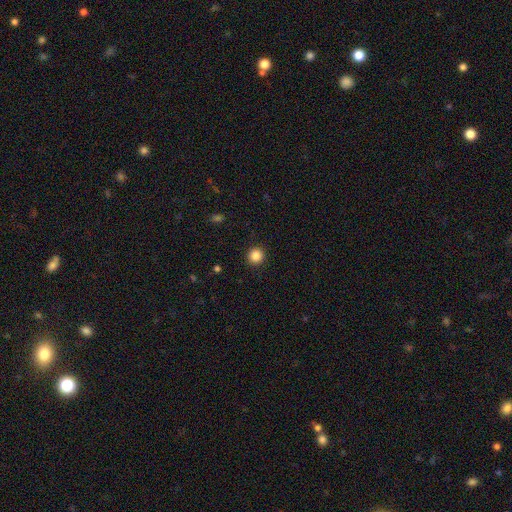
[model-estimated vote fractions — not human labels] Morphology: type=smooth (85%); roundness=round (94%); merging=none (93%).